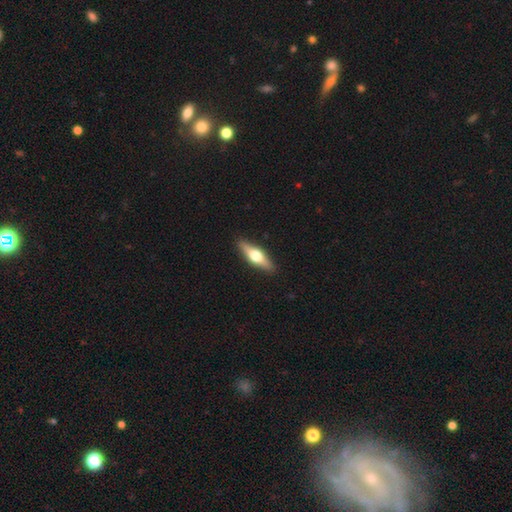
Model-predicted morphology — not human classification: The model was most divided on "smooth or featured": featured or disk: 59%, smooth: 36%, star or artifact: 5%. More confident: edge-on bulge — rounded (95%); edge-on disk — yes (94%); merging — none (90%).